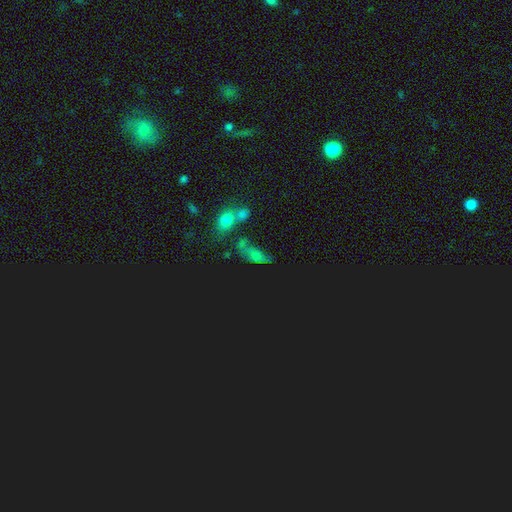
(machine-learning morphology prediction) This is marginally a smooth galaxy (40%). Merging: marginally none (33%).